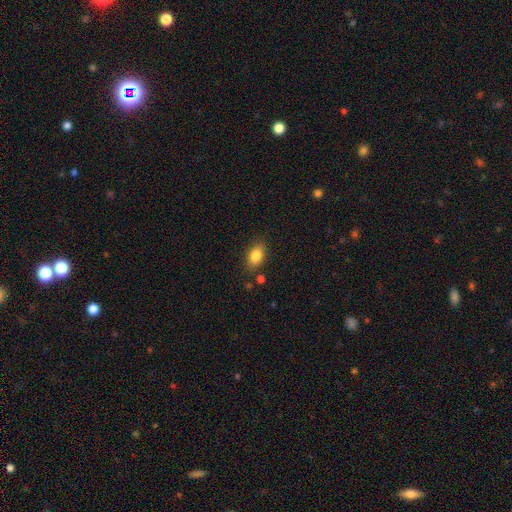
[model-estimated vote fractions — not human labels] smooth 83%, featured or disk 8%, star or artifact 8%. Down the decision tree: how rounded — in between (86%); merging — none (82%).